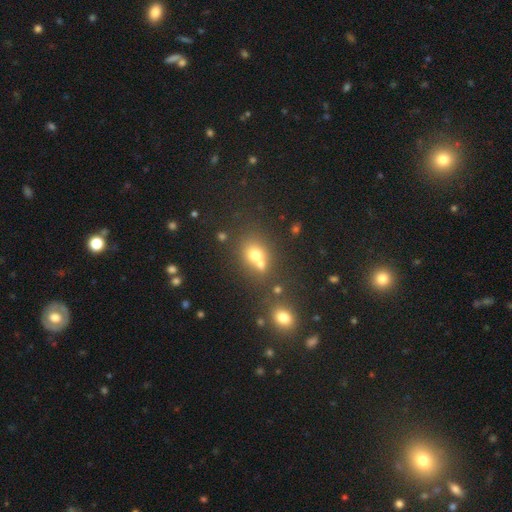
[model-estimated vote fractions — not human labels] Overall: smooth (67%). How rounded: round (66%; in between 33%). Merging: merger (45%; none 42%).